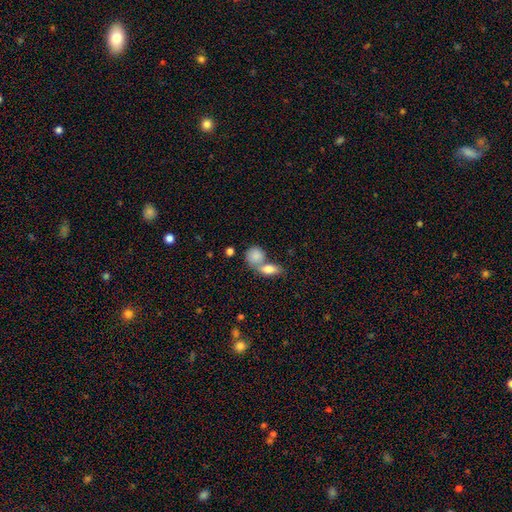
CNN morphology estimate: Overall: smooth (83%). How rounded: round (55%; in between 42%). Merging: merger (57%; none 32%).